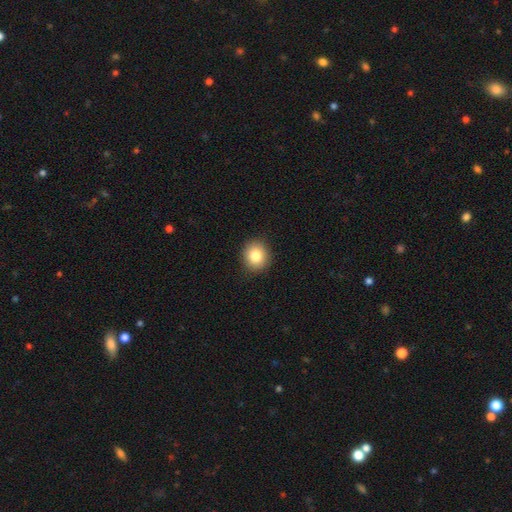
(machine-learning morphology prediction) type=smooth (82%); roundness=round (81%); merging=none (91%).